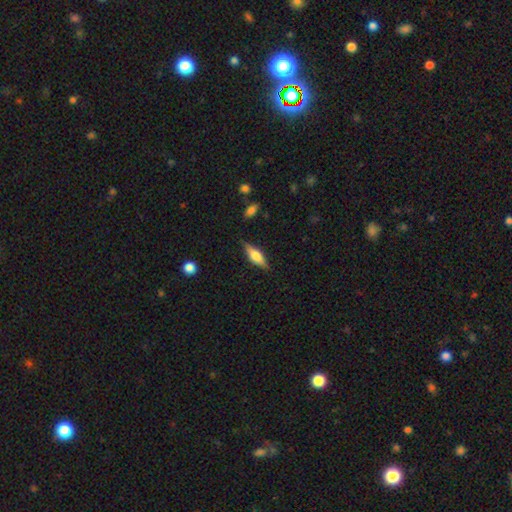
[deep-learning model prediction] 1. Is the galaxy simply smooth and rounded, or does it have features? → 49% smooth, 44% featured or disk, 7% star or artifact.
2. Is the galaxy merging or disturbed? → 83% none, 12% minor disturbance, 3% major disturbance, 2% merger.